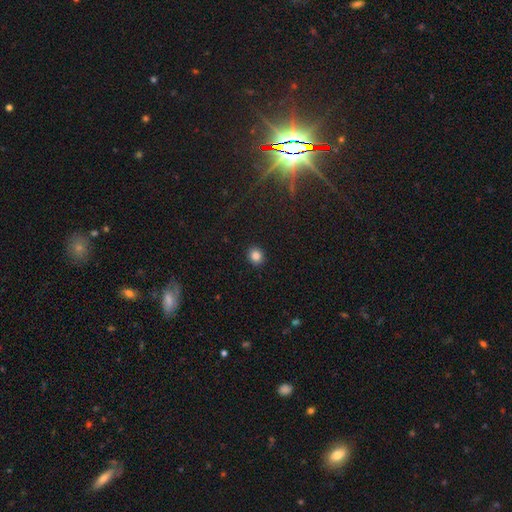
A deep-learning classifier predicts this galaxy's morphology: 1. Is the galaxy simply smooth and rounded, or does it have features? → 84% smooth, 12% star or artifact, 4% featured or disk.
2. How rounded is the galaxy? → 80% round, 19% in between, 1% cigar-shaped.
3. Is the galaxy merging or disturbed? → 91% none, 6% minor disturbance, 2% major disturbance, 1% merger.